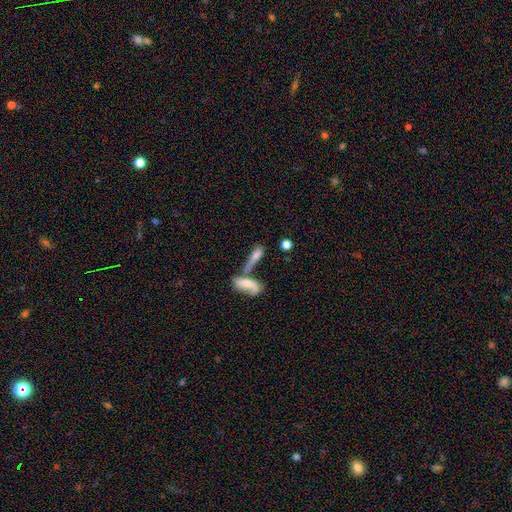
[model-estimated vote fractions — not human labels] Smooth or featured? smooth (61%)
How rounded? cigar-shaped (51%)
Merging? merger (54%)